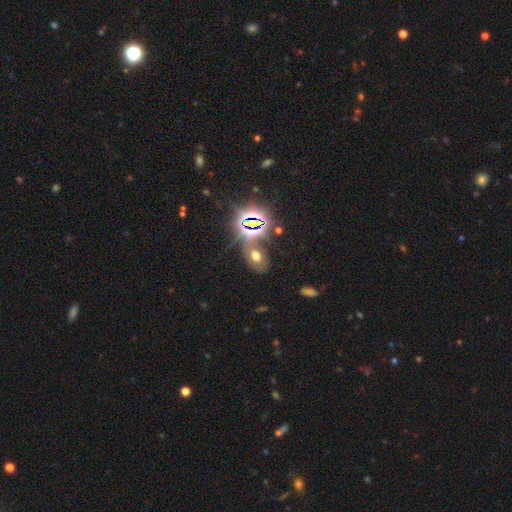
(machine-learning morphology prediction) smooth 43%, star or artifact 39%, featured or disk 18%. Down the decision tree: merging — none (55%).